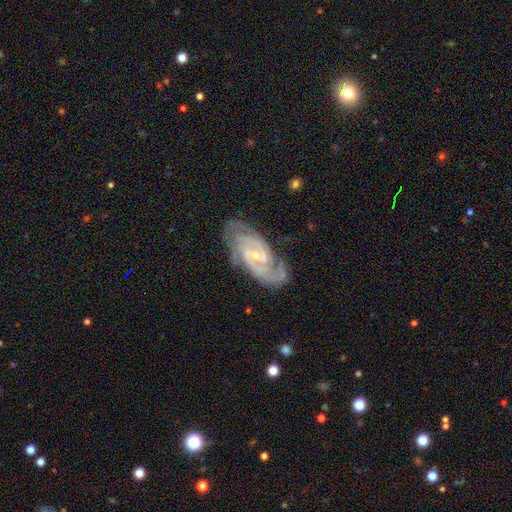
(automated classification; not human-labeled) This is clearly a featured or disk galaxy (90%). It is clearly not viewed edge-on (96%). Bar: possibly weak (47%). Spiral arm pattern: clearly yes (98%). Spiral arm count: possibly 2 (57%). Spiral winding: possibly tight (53%). Central bulge: likely small (71%). Merging: likely none (73%).